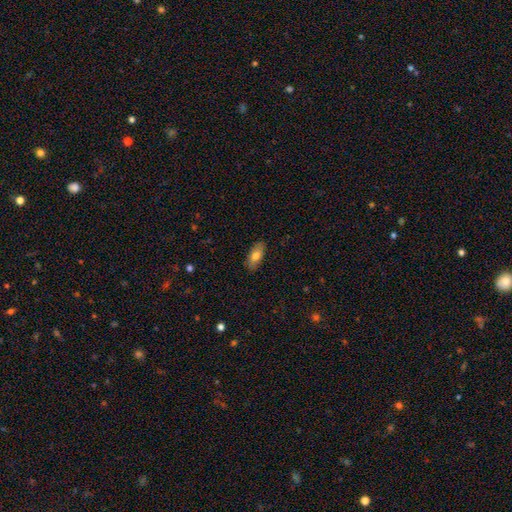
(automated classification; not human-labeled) This is likely a smooth galaxy (76%). How rounded: clearly in between (85%). Merging: clearly none (86%).